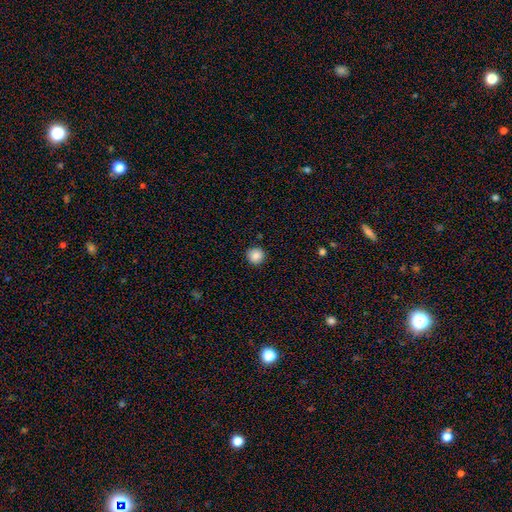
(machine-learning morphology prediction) Smooth or featured: smooth — 86% (star or artifact — 9%)
How rounded: round — 94% (in between — 5%)
Merging: none — 91% (minor disturbance — 6%)